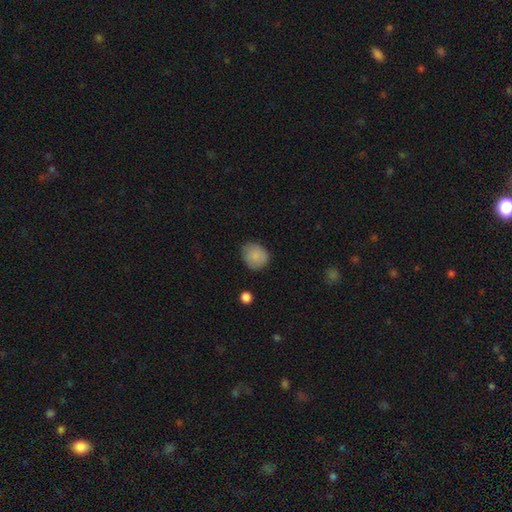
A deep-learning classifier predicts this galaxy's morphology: A smooth galaxy with no disk features (86%) that is round (72%).

Vote fractions:
- Smooth or featured? smooth: 86% / star or artifact: 8% / featured or disk: 6%
- How rounded? round: 72% / in between: 27% / cigar-shaped: 1%
- Merging? none: 77% / minor disturbance: 18% / major disturbance: 3% / merger: 2%